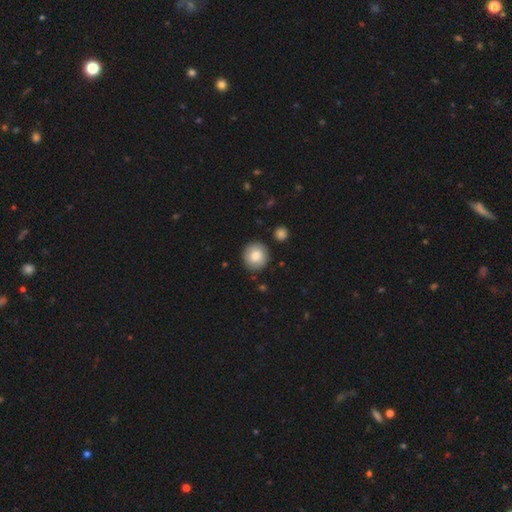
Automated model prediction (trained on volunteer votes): Smooth or featured? smooth (84%)
How rounded? round (89%)
Merging? none (87%)